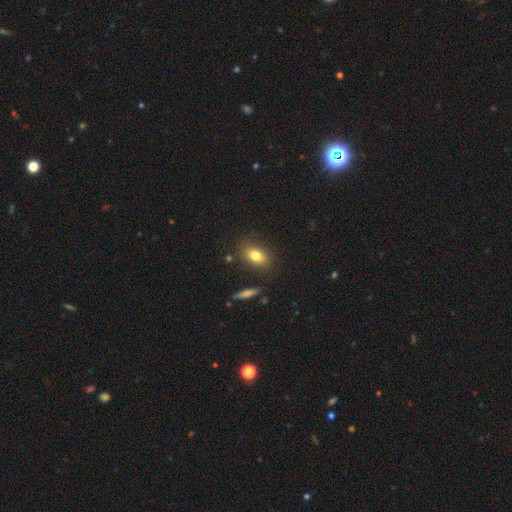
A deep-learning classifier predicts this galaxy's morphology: Smooth or featured?
  - smooth: 79% *
  - featured or disk: 11%
  - star or artifact: 10%
How rounded?
  - in between: 80% *
  - round: 16%
  - cigar-shaped: 4%
Merging?
  - none: 82% *
  - minor disturbance: 11%
  - major disturbance: 3%
  - merger: 3%